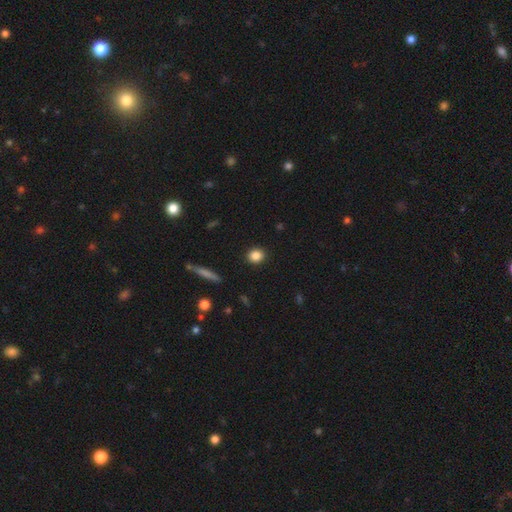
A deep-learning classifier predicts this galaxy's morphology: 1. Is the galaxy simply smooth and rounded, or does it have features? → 85% smooth, 10% star or artifact, 5% featured or disk.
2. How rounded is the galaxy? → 77% round, 21% in between, 2% cigar-shaped.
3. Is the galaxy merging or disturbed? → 91% none, 6% minor disturbance, 2% major disturbance, 1% merger.